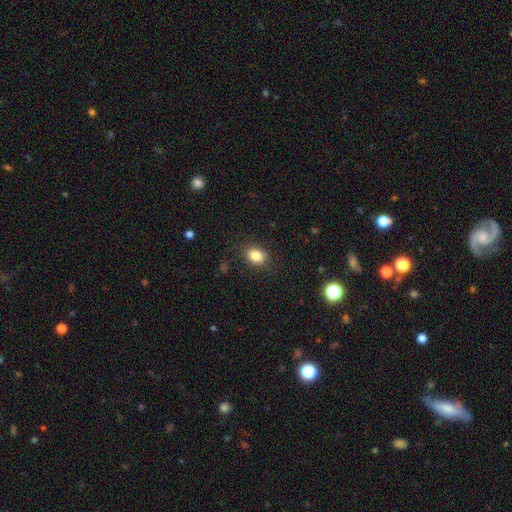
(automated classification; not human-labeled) This is clearly a smooth galaxy (83%). How rounded: likely in between (66%). Merging: clearly none (84%).